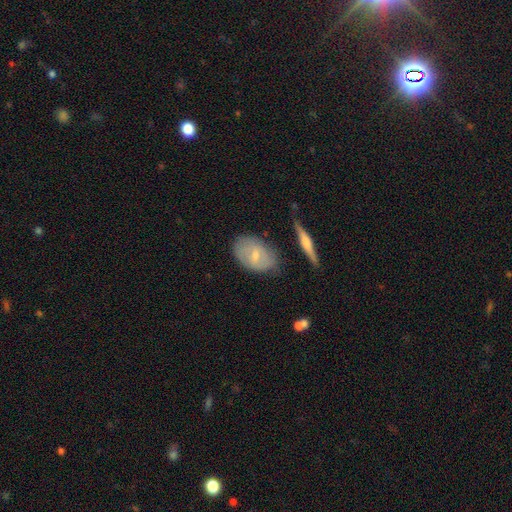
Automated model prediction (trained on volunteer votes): smooth-or-featured: smooth: 53% | featured or disk: 40% | star or artifact: 7%
  how-rounded: in between: 86% | round: 11% | cigar-shaped: 3%
  merging: none: 70% | minor disturbance: 21% | major disturbance: 6% | merger: 4%